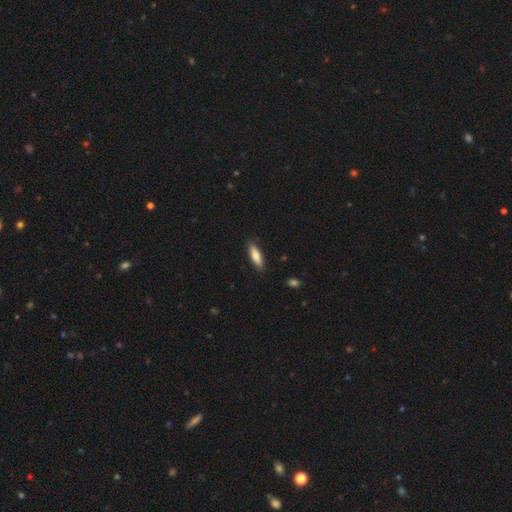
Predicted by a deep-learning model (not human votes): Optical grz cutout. It shows a smooth galaxy with no disk features (78%) that is cigar-shaped (49%, tied with in between). Merging: none (87%).